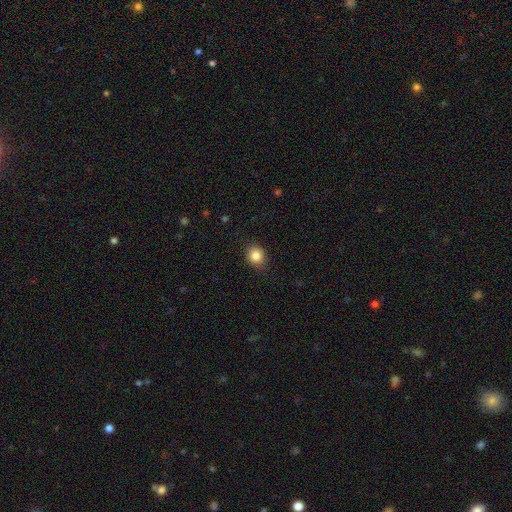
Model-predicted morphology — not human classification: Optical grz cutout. It shows a smooth galaxy with no disk features (85%) that is round (78%). Merging: none (84%).